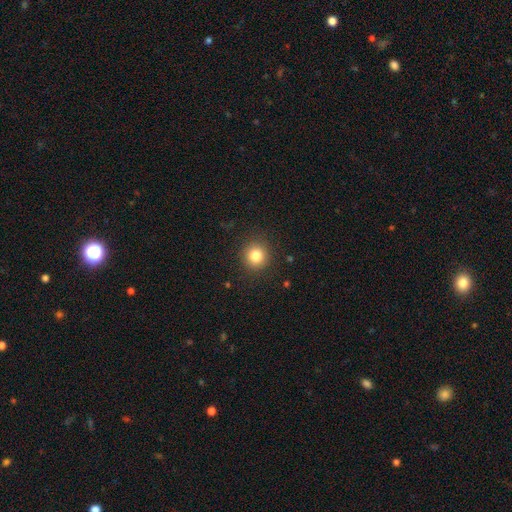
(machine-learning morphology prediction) type=smooth (82%); roundness=round (92%); merging=none (90%).